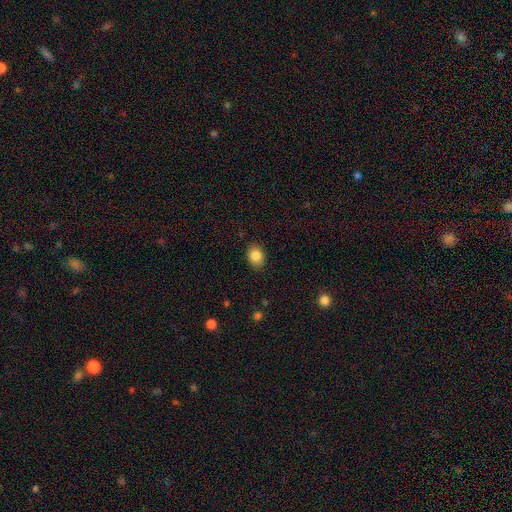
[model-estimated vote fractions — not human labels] This is clearly a smooth galaxy (85%). How rounded: likely in between (68%). Merging: clearly none (87%).